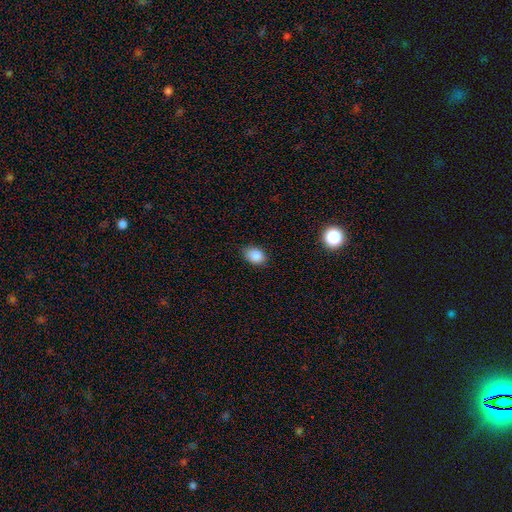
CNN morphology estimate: Smooth or featured? Predicted: smooth (p=0.87). How rounded? Predicted: in between (p=0.76). Merging? Predicted: none (p=0.83).